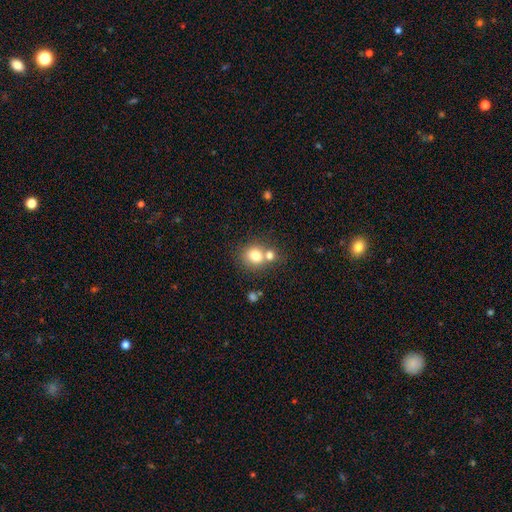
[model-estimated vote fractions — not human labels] Smooth or featured: smooth — 77% (featured or disk — 12%)
How rounded: round — 77% (in between — 22%)
Merging: none — 49% (merger — 39%)